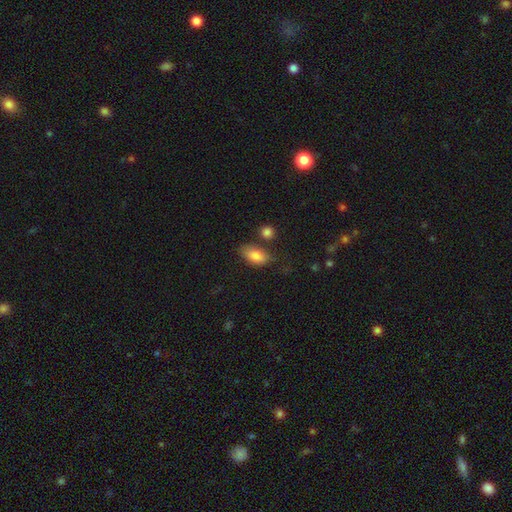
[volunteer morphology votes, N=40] Q: Smooth or featured?
A: smooth (78%); runner-up: star or artifact (12%)
Q: How rounded?
A: in between (90%); runner-up: round (10%)
Q: Merging?
A: none (57%); runner-up: minor disturbance (26%)